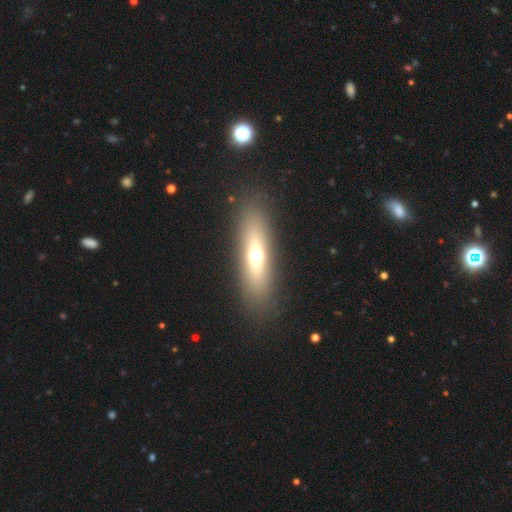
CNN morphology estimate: Q: Smooth or featured?
A: smooth (53%); runner-up: featured or disk (37%)
Q: How rounded?
A: cigar-shaped (54%); runner-up: in between (42%)
Q: Merging?
A: none (86%); runner-up: minor disturbance (8%)